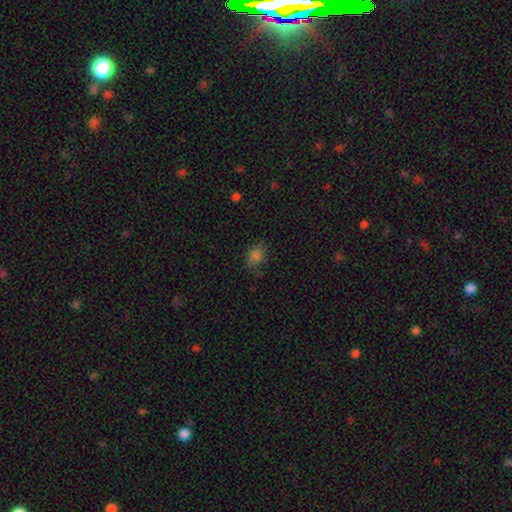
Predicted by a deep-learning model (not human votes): The model was most divided on "how rounded": in between: 50%, round: 49%, cigar-shaped: 1%. More confident: smooth or featured — smooth (80%); merging — none (71%).